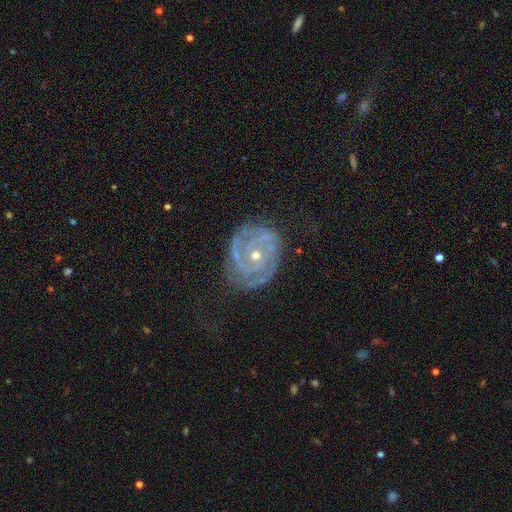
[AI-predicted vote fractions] The model was most divided on "spiral arm count": 2: 33%, can't tell: 25%, 3: 21%, 4: 9%, more than 4: 6%, 1: 6%. More confident: edge-on disk — no (97%); spiral arms — yes (95%); smooth or featured — featured or disk (87%); bar — no (75%); spiral winding — tight (74%); merging — none (71%); bulge size — small (59%).